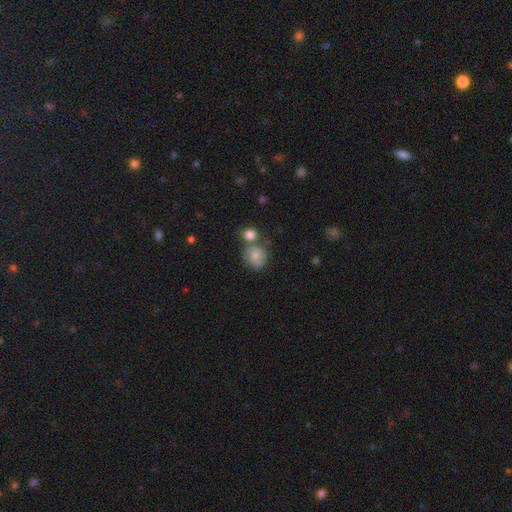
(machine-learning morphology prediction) A smooth galaxy with no disk features (68%) that is round (79%). Merging: none (48%).